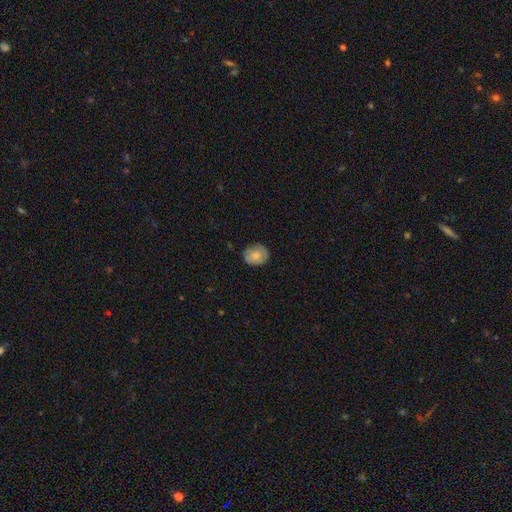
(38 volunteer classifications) Smooth or featured? 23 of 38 (61%) said smooth. How rounded? 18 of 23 (78%) said round. Merging? 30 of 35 (86%) said none.